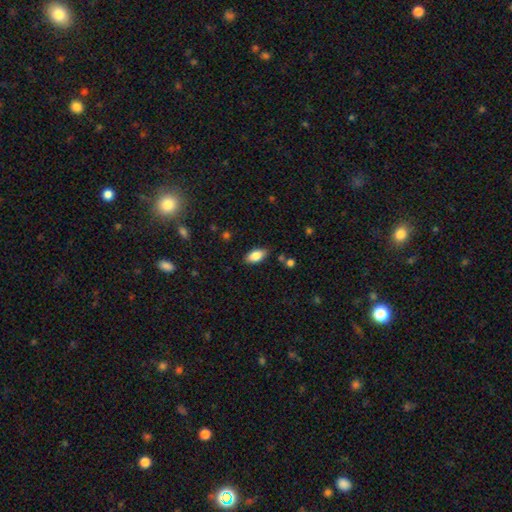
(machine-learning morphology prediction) Smooth or featured? Predicted: smooth (p=0.84). How rounded? Predicted: in between (p=0.91). Merging? Predicted: none (p=0.84).